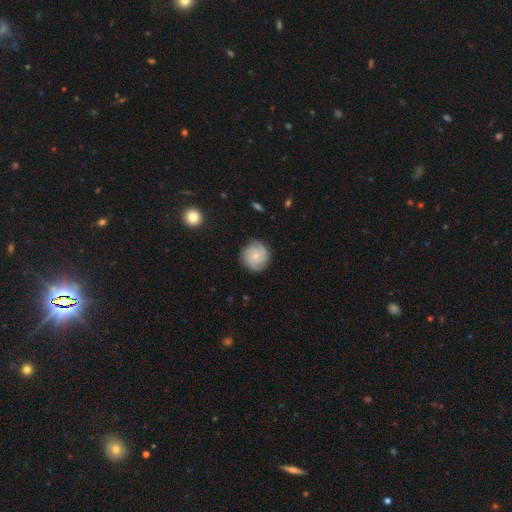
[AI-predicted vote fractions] Overall: featured or disk (64%; smooth 29%). Edge-on disk: no (98%). Bar: no (73%). Spiral arms: yes (93%). Spiral arm count: 2 (40%; 3 25%). Spiral winding: tight (60%; medium 32%). Bulge size: small (69%). Merging: none (83%).